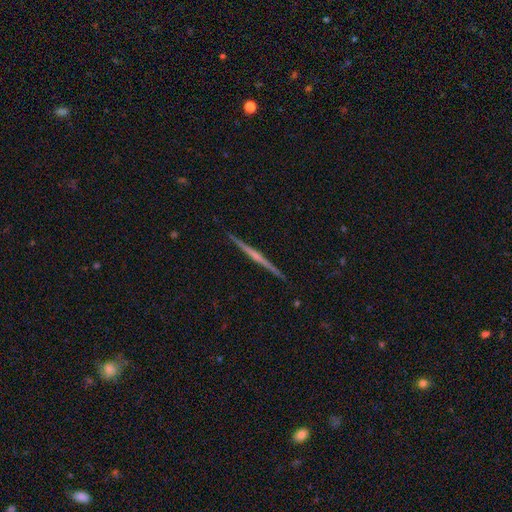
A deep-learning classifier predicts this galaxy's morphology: A featured or disk galaxy (77%) viewed edge-on (99%) with no central bulge (45%). Merging: none (92%).